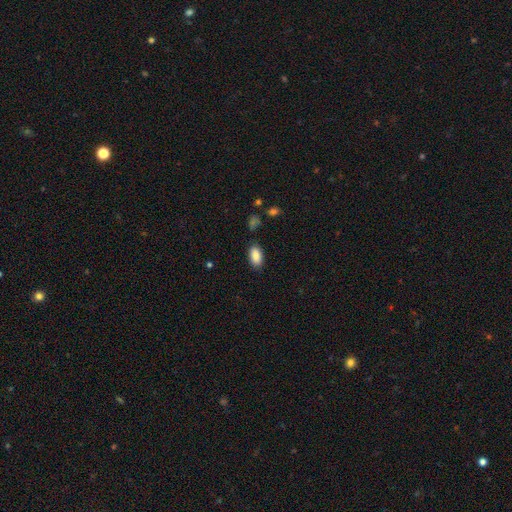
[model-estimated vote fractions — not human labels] A smooth galaxy with no disk features (87%) that is in between round and cigar-shaped (93%). Merging: none (84%).